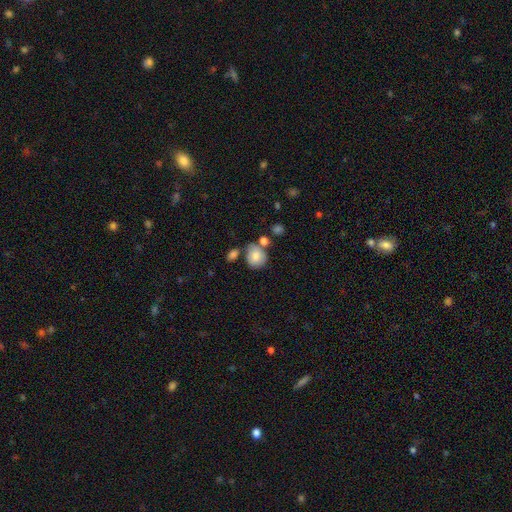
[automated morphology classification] A smooth galaxy with no disk features (80%) that is round (68%).

Vote fractions:
- Smooth or featured? smooth: 80% / featured or disk: 12% / star or artifact: 8%
- How rounded? round: 68% / in between: 31% / cigar-shaped: 1%
- Merging? none: 56% / merger: 19% / minor disturbance: 18% / major disturbance: 6%